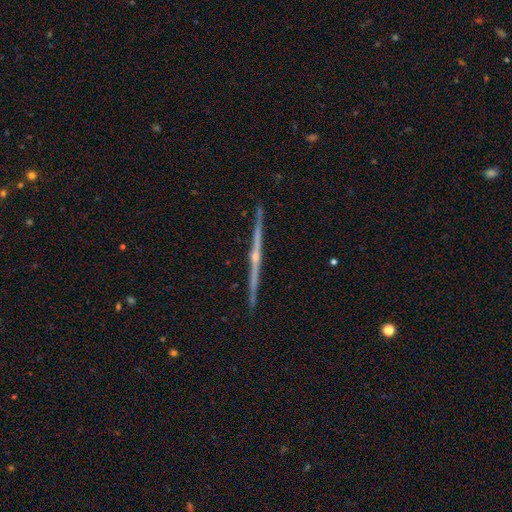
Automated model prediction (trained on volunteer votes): The model was most divided on "edge-on bulge": rounded: 76%, none: 19%, boxy: 5%. More confident: edge-on disk — yes (99%); merging — none (93%); smooth or featured — featured or disk (86%).